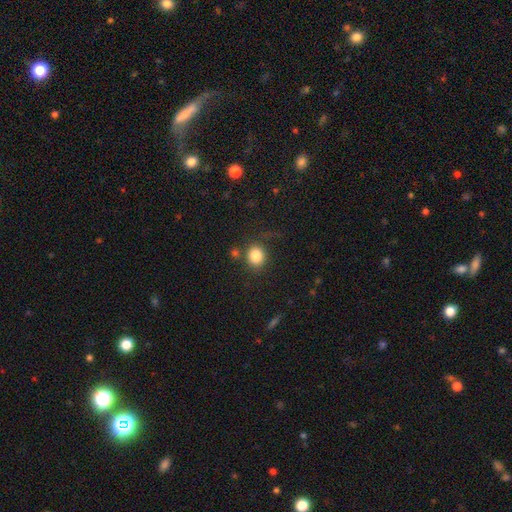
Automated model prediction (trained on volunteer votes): Q: Smooth or featured?
A: smooth (83%); runner-up: star or artifact (10%)
Q: How rounded?
A: round (79%); runner-up: in between (20%)
Q: Merging?
A: none (72%); runner-up: minor disturbance (13%)